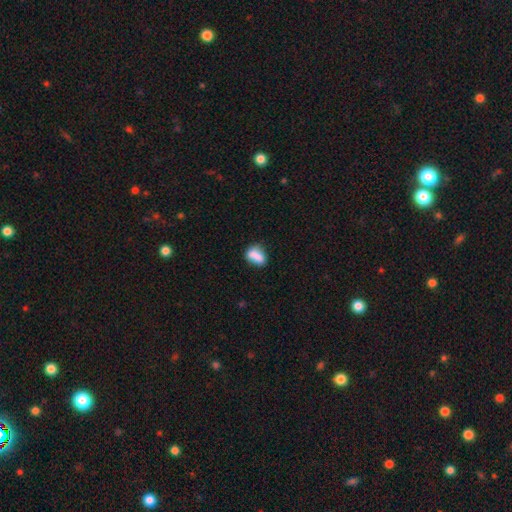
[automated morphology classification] This appears to be a smooth galaxy with no disk features (80%) that is in between round and cigar-shaped (76%). Merging: none (57%).